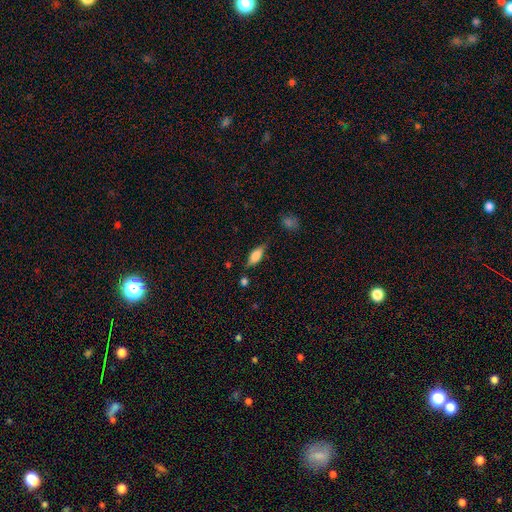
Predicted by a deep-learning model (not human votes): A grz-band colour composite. It shows a smooth galaxy with no disk features (63%) that is in between round and cigar-shaped (71%). Merging: none (74%).